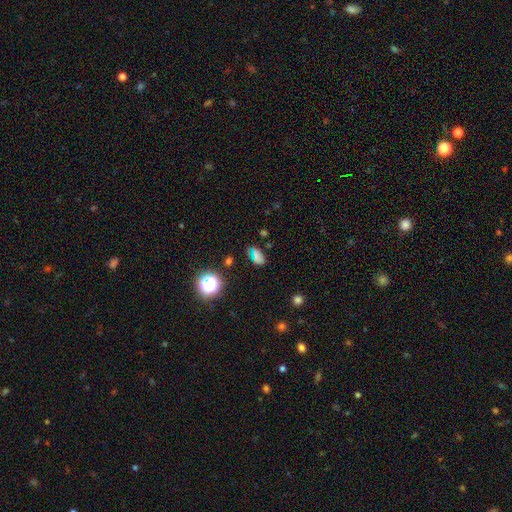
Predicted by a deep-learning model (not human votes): Smooth or featured? Predicted: smooth (p=0.59). How rounded? Predicted: in between (p=0.82). Merging? Predicted: none (p=0.72).